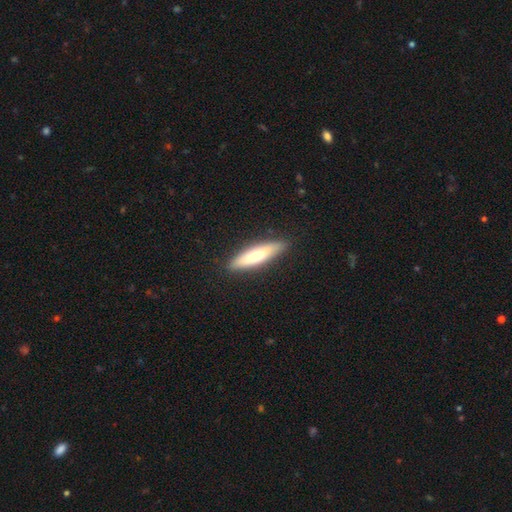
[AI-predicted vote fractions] Overall: smooth (66%; featured or disk 28%). How rounded: cigar-shaped (74%). Merging: none (88%).